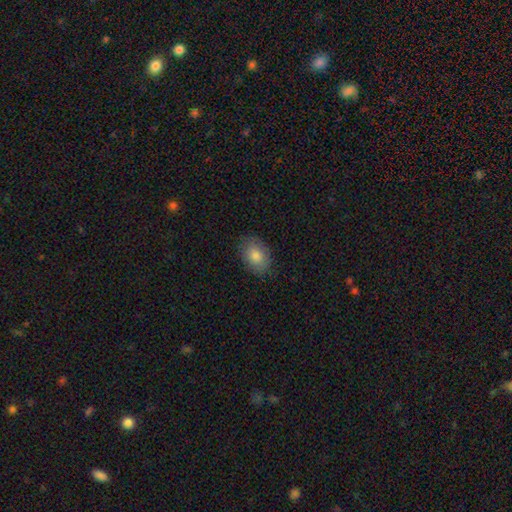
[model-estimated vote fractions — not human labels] Smooth or featured: smooth — 81% (featured or disk — 11%)
How rounded: in between — 79% (round — 20%)
Merging: none — 84% (minor disturbance — 12%)